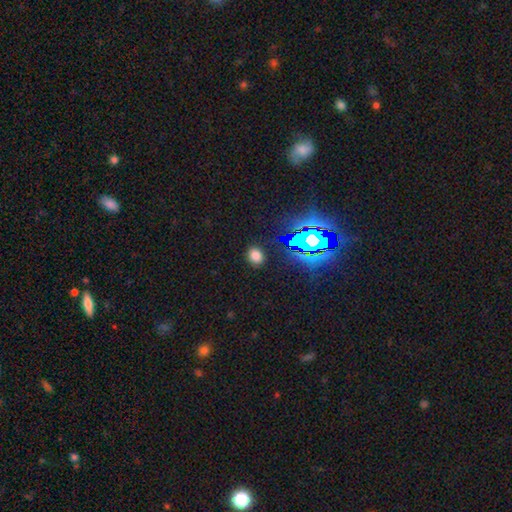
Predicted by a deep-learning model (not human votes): A smooth galaxy with no disk features (72%) that is in between round and cigar-shaped (55%). Merging: none (88%).